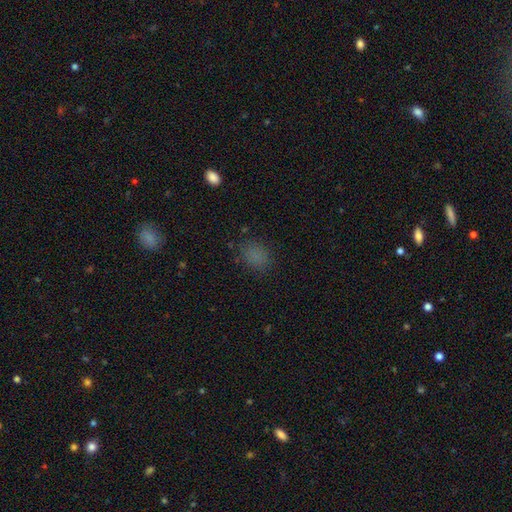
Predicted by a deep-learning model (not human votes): Morphology: type=smooth (78%); roundness=in between (54%); merging=none (81%).